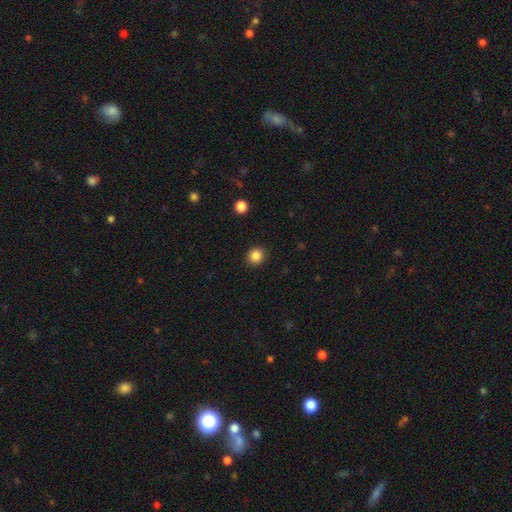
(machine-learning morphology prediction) smooth-or-featured: smooth: 85% | star or artifact: 11% | featured or disk: 4%
  how-rounded: round: 87% | in between: 12% | cigar-shaped: 1%
  merging: none: 91% | minor disturbance: 6% | major disturbance: 2% | merger: 1%